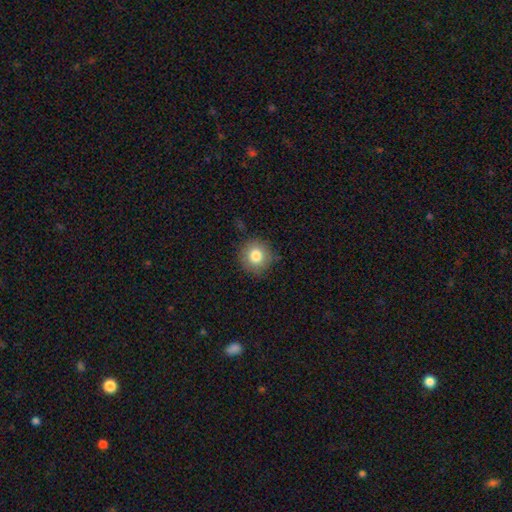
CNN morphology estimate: Smooth or featured: smooth — 81% (star or artifact — 10%)
How rounded: round — 92% (in between — 7%)
Merging: none — 85% (minor disturbance — 11%)